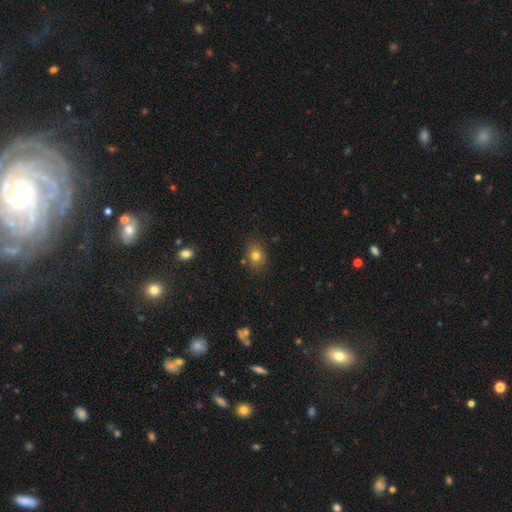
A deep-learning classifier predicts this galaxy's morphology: Smooth or featured? Predicted: smooth (p=0.77). How rounded? Predicted: in between (p=0.53). Merging? Predicted: none (p=0.79).